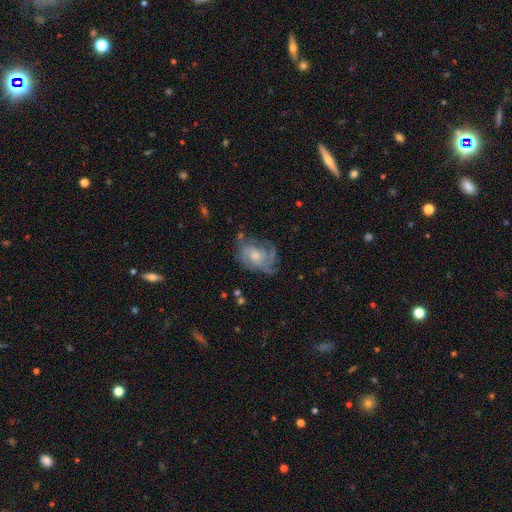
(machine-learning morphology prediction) Q: Smooth or featured?
A: featured or disk (72%); runner-up: smooth (20%)
Q: Edge-on disk?
A: no (97%); runner-up: yes (3%)
Q: Bar?
A: no (76%); runner-up: weak (21%)
Q: Spiral arms?
A: yes (85%); runner-up: no (15%)
Q: Spiral winding?
A: tight (44%); runner-up: medium (39%)
Q: Spiral arm count?
A: can't tell (40%); runner-up: 3 (19%)
Q: Bulge size?
A: moderate (45%); runner-up: small (44%)
Q: Merging?
A: none (56%); runner-up: minor disturbance (24%)